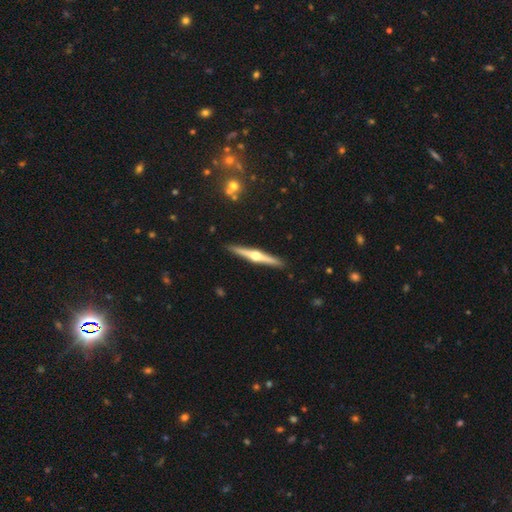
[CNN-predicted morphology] type=featured or disk (77%); edge-on=yes (98%); edge-on bulge=rounded (95%); merging=none (92%).